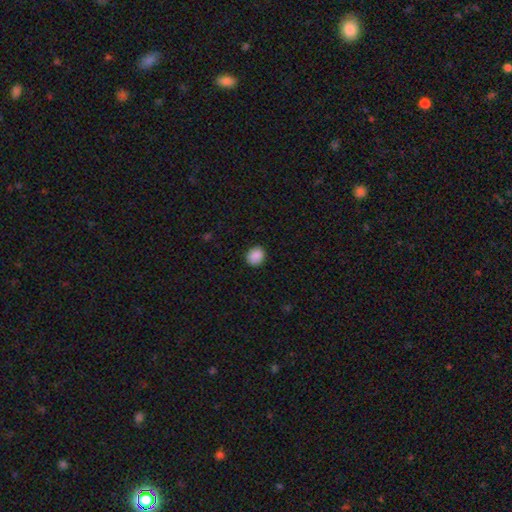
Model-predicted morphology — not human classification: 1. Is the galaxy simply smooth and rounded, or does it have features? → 89% smooth, 8% star or artifact, 3% featured or disk.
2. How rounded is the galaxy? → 74% round, 26% in between, 1% cigar-shaped.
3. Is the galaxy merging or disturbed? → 90% none, 7% minor disturbance, 2% major disturbance, 1% merger.